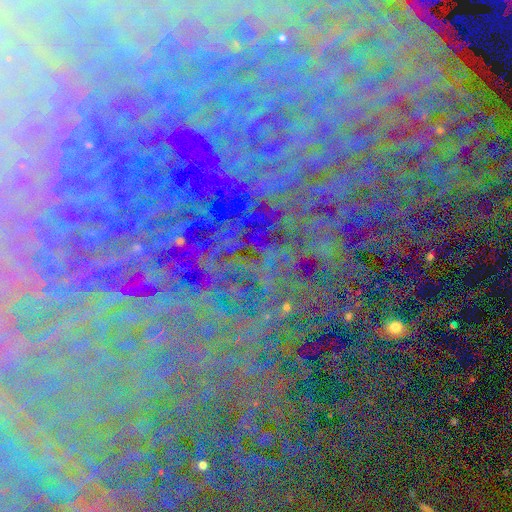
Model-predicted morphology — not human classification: This is clearly a star or artifact rather than a galaxy (84%).